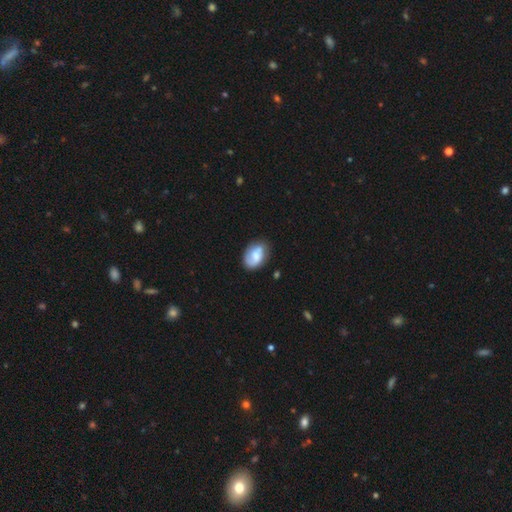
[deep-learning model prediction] Q: Smooth or featured?
A: featured or disk (47%); runner-up: smooth (46%)
Q: Merging?
A: none (70%); runner-up: minor disturbance (21%)